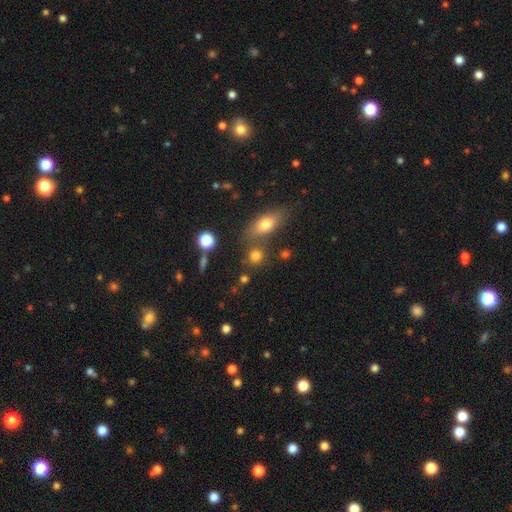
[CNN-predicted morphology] The model was most divided on "merging": none: 68%, merger: 18%, minor disturbance: 10%, major disturbance: 4%. More confident: smooth or featured — smooth (78%); how rounded — round (77%).